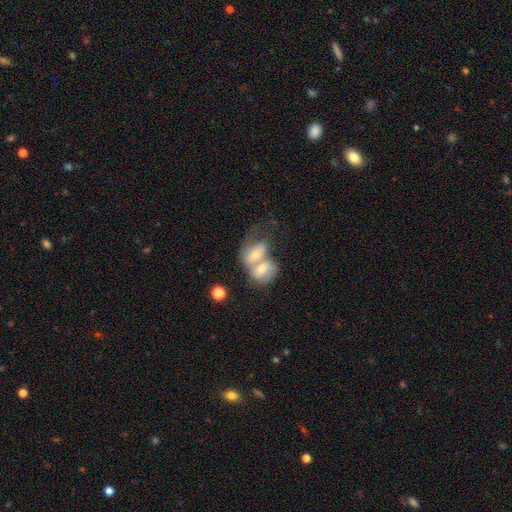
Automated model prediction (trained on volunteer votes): A featured or disk galaxy (50%).

Vote fractions:
- Smooth or featured? featured or disk: 50% / smooth: 41% / star or artifact: 9%
- Merging? merger: 79% / none: 10% / major disturbance: 6% / minor disturbance: 5%